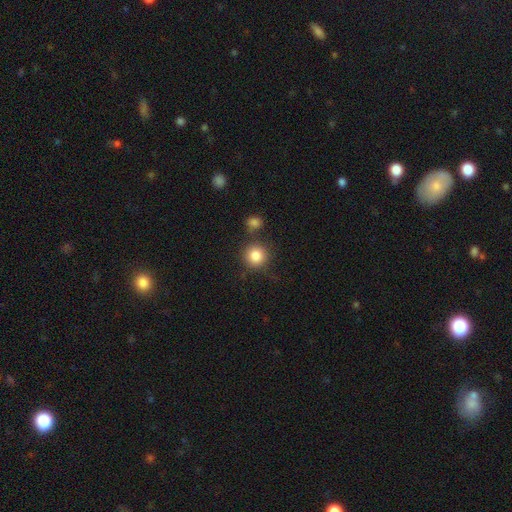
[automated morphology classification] smooth_or_featured: smooth (p=0.85) [alt: star or artifact p=0.10]
how_rounded: round (p=0.93) [alt: in between p=0.06]
merging: none (p=0.76) [alt: merger p=0.10]